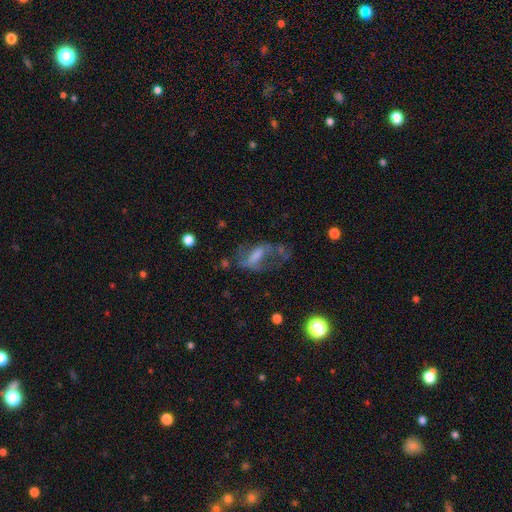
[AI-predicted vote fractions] smooth_or_featured: featured or disk (p=0.53) [alt: smooth p=0.32]
disk_edge_on: no (p=0.90) [alt: yes p=0.10]
merging: major disturbance (p=0.43) [alt: none p=0.33]